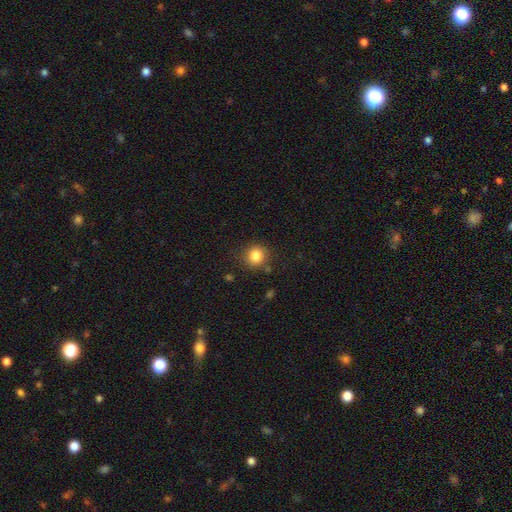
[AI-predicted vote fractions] Morphology: type=smooth (84%); roundness=round (89%); merging=none (84%).